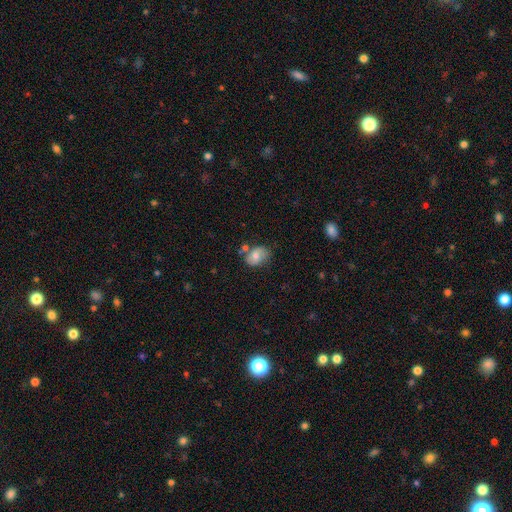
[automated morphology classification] A smooth galaxy with no disk features (65%) that is in between round and cigar-shaped (68%). Merging: none (58%).